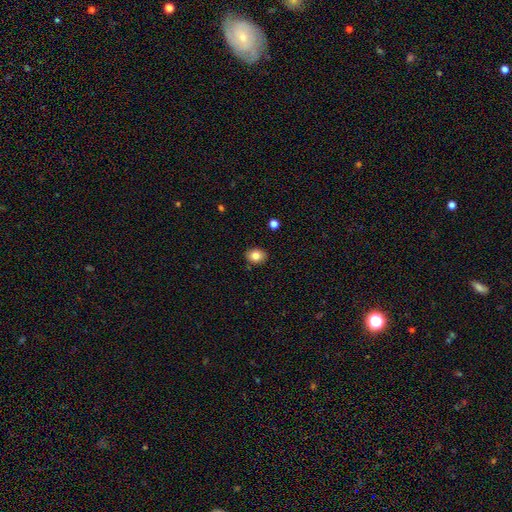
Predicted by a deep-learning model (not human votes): A smooth galaxy with no disk features (83%) that is in between round and cigar-shaped (53%).

Vote fractions:
- Smooth or featured? smooth: 83% / star or artifact: 9% / featured or disk: 8%
- How rounded? in between: 53% / round: 46% / cigar-shaped: 1%
- Merging? none: 87% / minor disturbance: 9% / major disturbance: 2% / merger: 2%